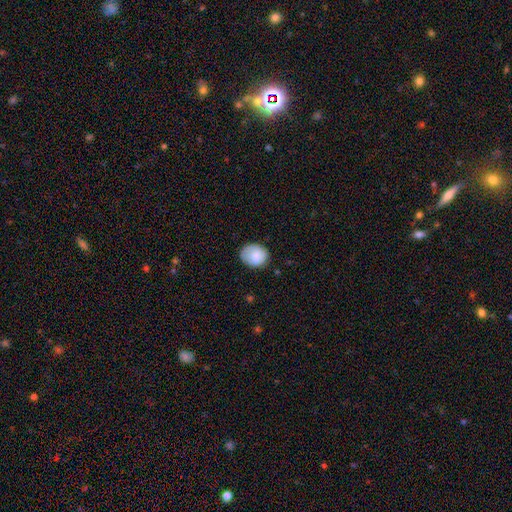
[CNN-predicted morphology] type=smooth (84%); roundness=round (61%); merging=none (72%).